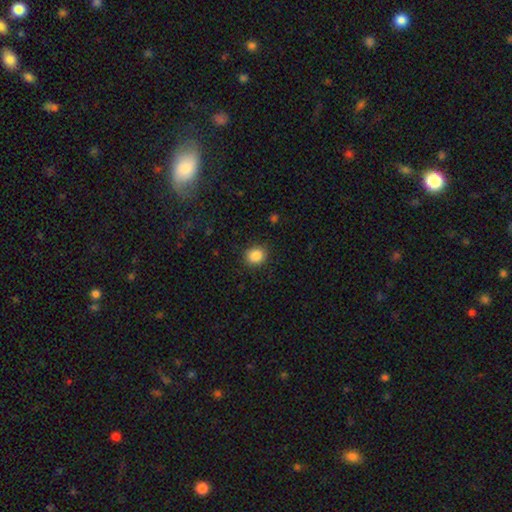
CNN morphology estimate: smooth_or_featured: smooth (p=0.87) [alt: star or artifact p=0.09]
how_rounded: round (p=0.76) [alt: in between p=0.23]
merging: none (p=0.89) [alt: minor disturbance p=0.08]